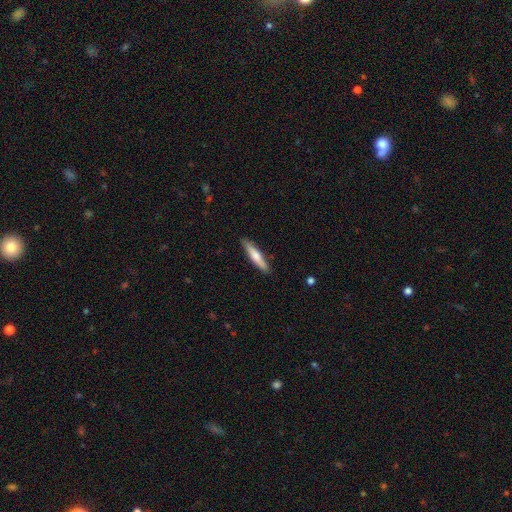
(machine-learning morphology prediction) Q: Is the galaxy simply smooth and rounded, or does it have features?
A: smooth — 62%.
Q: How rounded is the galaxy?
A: cigar-shaped — 86%.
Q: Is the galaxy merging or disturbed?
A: none — 88%.